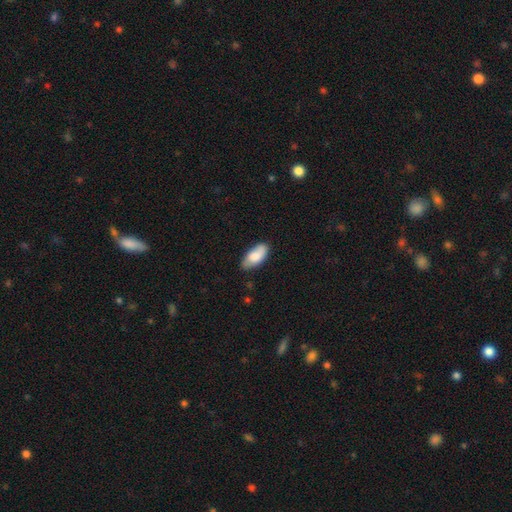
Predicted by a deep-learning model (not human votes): Smooth or featured: smooth — 80% (featured or disk — 14%)
How rounded: in between — 90% (cigar-shaped — 8%)
Merging: none — 78% (minor disturbance — 18%)